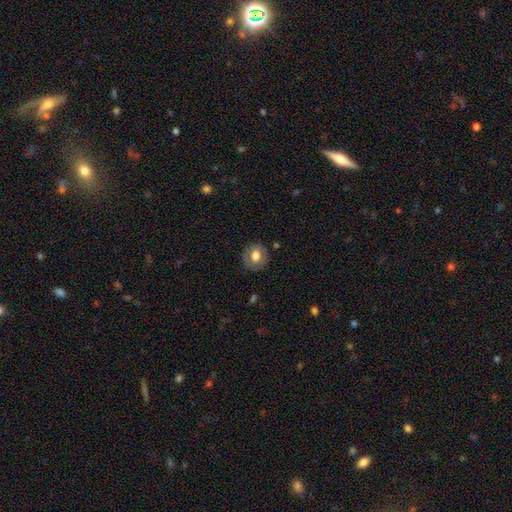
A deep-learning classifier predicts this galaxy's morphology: A smooth galaxy with no disk features (64%) that is round (74%). Merging: none (82%).